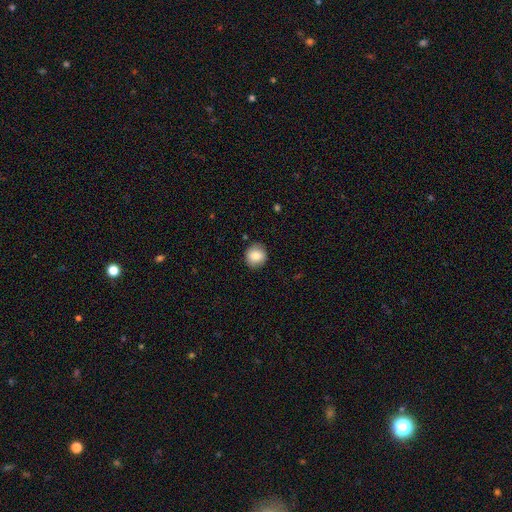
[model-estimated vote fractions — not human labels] The model was most divided on "how rounded": round: 86%, in between: 13%, cigar-shaped: 1%. More confident: merging — none (85%); smooth or featured — smooth (83%).